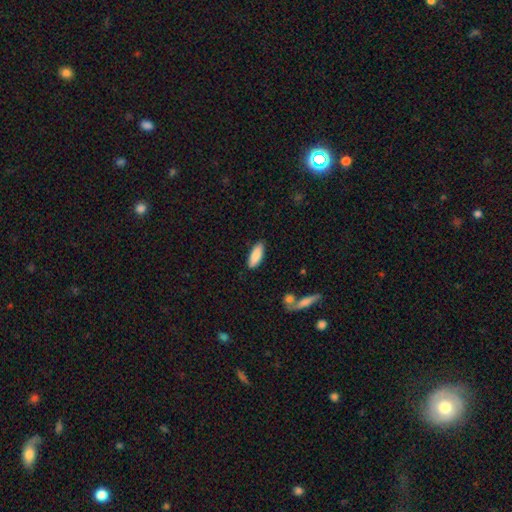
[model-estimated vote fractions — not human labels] smooth_or_featured: smooth (p=0.87) [alt: featured or disk p=0.07]
how_rounded: in between (p=0.72) [alt: cigar-shaped p=0.26]
merging: none (p=0.85) [alt: minor disturbance p=0.11]